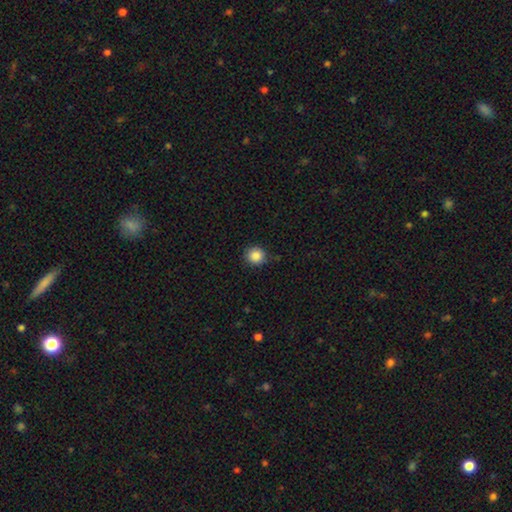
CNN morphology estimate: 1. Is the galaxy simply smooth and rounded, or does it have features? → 87% smooth, 10% star or artifact, 4% featured or disk.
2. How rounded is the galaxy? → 91% round, 8% in between, 1% cigar-shaped.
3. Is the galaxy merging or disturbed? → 84% none, 12% minor disturbance, 2% major disturbance, 1% merger.